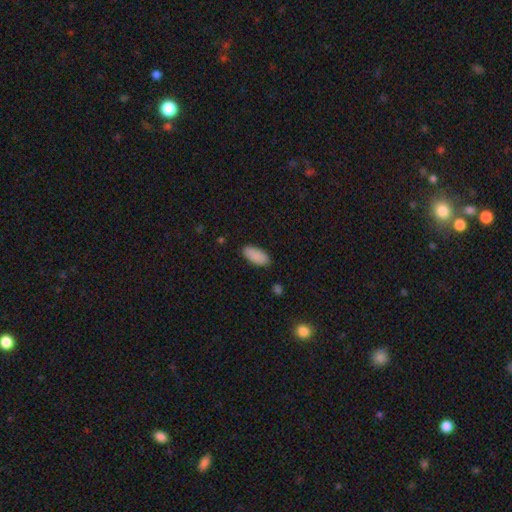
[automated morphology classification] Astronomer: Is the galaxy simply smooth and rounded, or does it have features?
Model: smooth — 90%.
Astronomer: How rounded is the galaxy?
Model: in between — 90%.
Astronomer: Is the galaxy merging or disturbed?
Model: none — 87%.